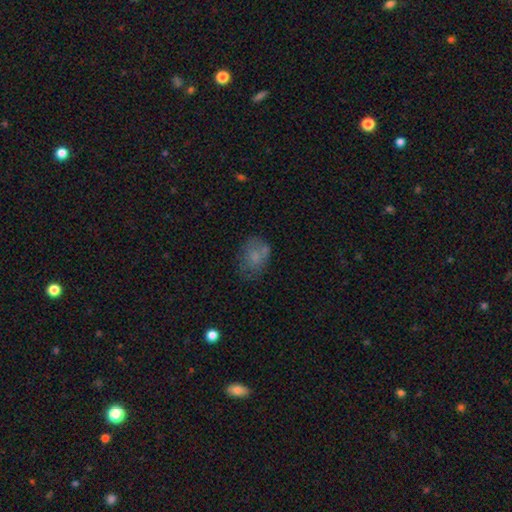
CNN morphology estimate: The model was most divided on "merging": none: 52%, minor disturbance: 25%, major disturbance: 14%, merger: 10%. More confident: how rounded — in between (70%); smooth or featured — smooth (64%).